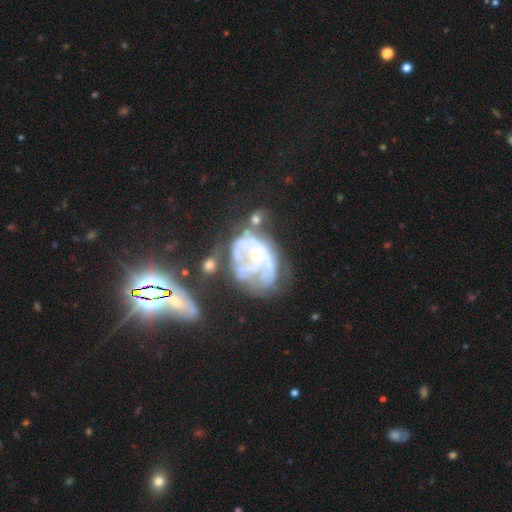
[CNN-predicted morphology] Q: Smooth or featured?
A: featured or disk (76%); runner-up: smooth (14%)
Q: Edge-on disk?
A: no (98%); runner-up: yes (2%)
Q: Bar?
A: no (79%); runner-up: weak (17%)
Q: Spiral arms?
A: yes (61%); runner-up: no (39%)
Q: Bulge size?
A: small (56%); runner-up: moderate (33%)
Q: Merging?
A: major disturbance (33%); runner-up: none (27%)